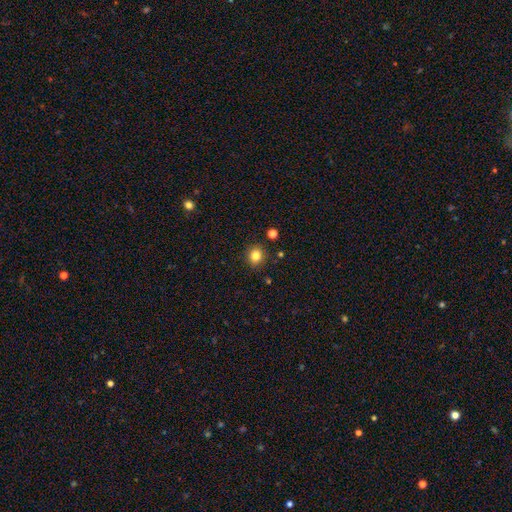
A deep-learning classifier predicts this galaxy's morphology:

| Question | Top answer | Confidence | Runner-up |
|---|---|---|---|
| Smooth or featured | smooth | 82% | star or artifact (12%) |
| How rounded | round | 80% | in between (19%) |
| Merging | none | 89% | minor disturbance (7%) |